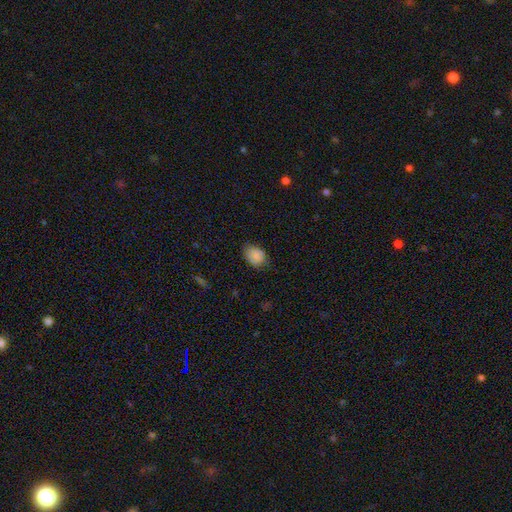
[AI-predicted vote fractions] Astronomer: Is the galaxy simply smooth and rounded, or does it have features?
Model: smooth — 85%.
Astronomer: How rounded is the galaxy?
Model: in between — 64%.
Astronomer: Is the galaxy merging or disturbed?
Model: none — 69%.